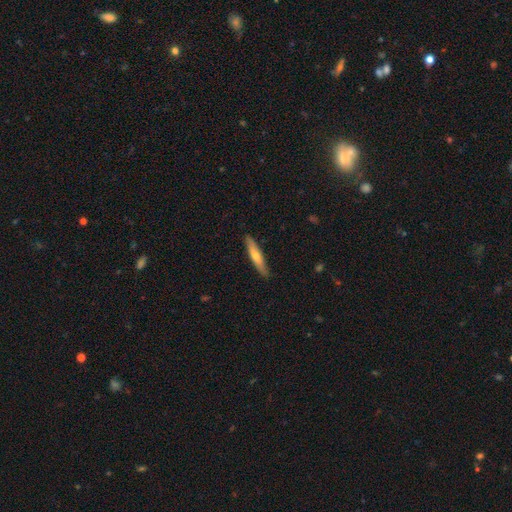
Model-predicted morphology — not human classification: type=smooth (55%); roundness=cigar-shaped (88%); merging=none (87%).